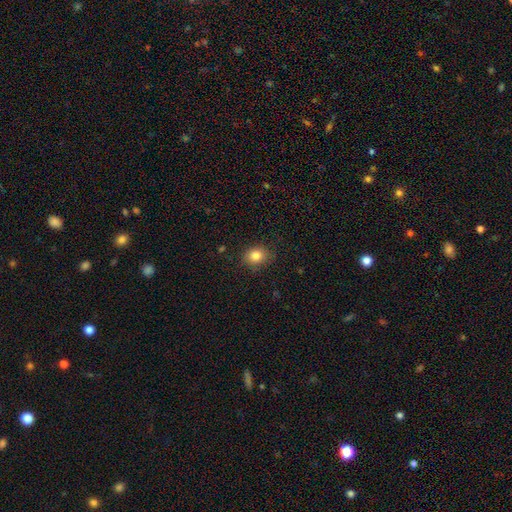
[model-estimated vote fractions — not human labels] smooth-or-featured: smooth: 84% | star or artifact: 10% | featured or disk: 6%
  how-rounded: round: 56% | in between: 43% | cigar-shaped: 1%
  merging: none: 81% | minor disturbance: 14% | major disturbance: 4% | merger: 1%